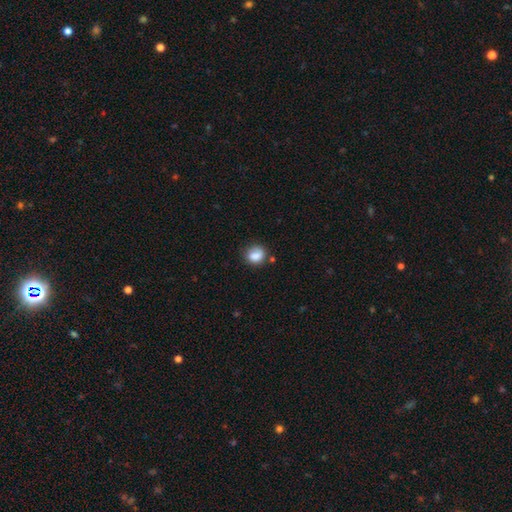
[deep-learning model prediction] smooth-or-featured: smooth: 82% | star or artifact: 9% | featured or disk: 8%
  how-rounded: round: 67% | in between: 32% | cigar-shaped: 1%
  merging: none: 63% | minor disturbance: 22% | merger: 8% | major disturbance: 7%